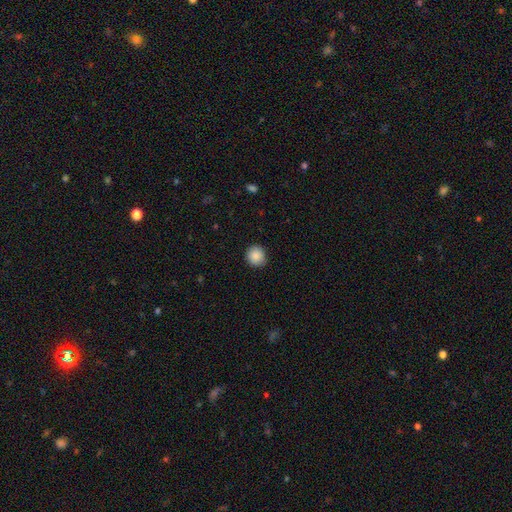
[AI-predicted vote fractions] Smooth or featured: smooth — 88% (star or artifact — 8%)
How rounded: round — 92% (in between — 7%)
Merging: none — 90% (minor disturbance — 7%)